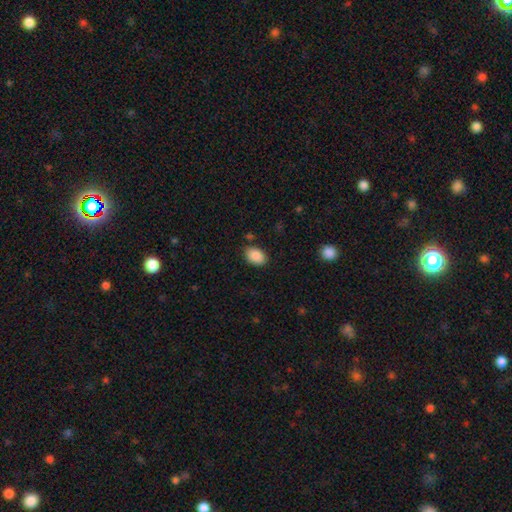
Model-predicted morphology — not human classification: This is clearly a smooth galaxy (88%). How rounded: clearly in between (83%). Merging: clearly none (83%).